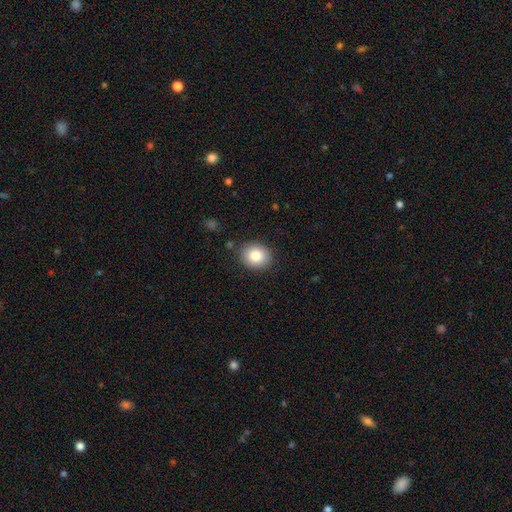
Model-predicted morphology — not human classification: This appears to be a smooth galaxy with no disk features (83%) that is round (62%). Merging: none (86%).